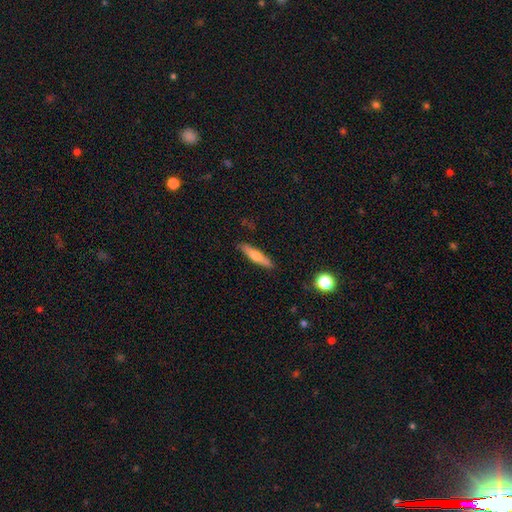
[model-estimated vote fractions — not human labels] smooth 55%, featured or disk 39%, star or artifact 6%. Down the decision tree: how rounded — cigar-shaped (85%); merging — none (87%).